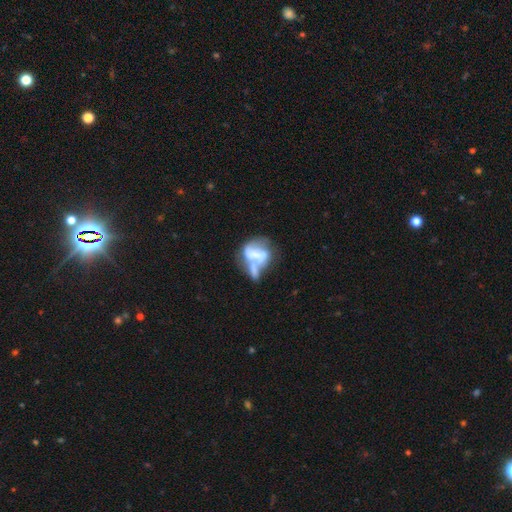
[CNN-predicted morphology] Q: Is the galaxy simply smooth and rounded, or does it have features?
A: featured or disk — 51%.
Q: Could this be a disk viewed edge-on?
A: no — 94%.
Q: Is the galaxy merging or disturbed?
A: merger — 49%.